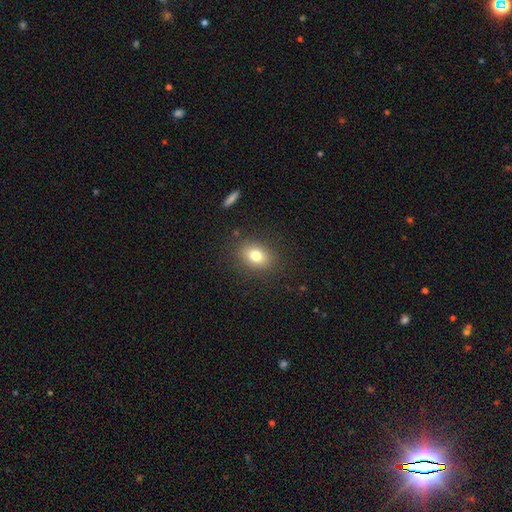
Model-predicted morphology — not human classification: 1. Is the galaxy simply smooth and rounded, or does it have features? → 78% smooth, 11% star or artifact, 11% featured or disk.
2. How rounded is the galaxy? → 62% in between, 37% round, 1% cigar-shaped.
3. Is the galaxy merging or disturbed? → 85% none, 10% minor disturbance, 4% major disturbance, 2% merger.